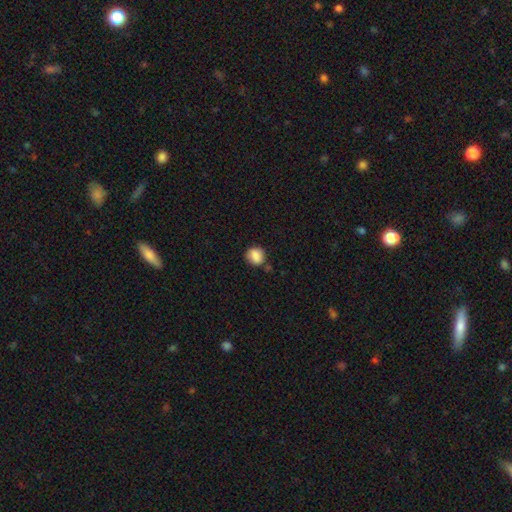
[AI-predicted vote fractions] This appears to be a smooth galaxy with no disk features (86%) that is round (77%). Merging: none (73%).